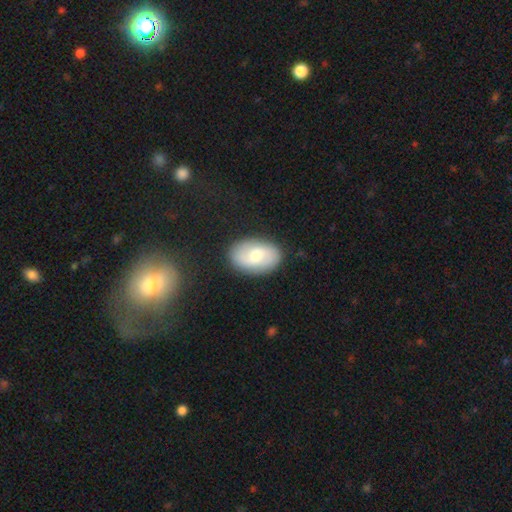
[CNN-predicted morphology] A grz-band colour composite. It shows a smooth galaxy with no disk features (51%) that is in between round and cigar-shaped (87%). Merging: none (86%).